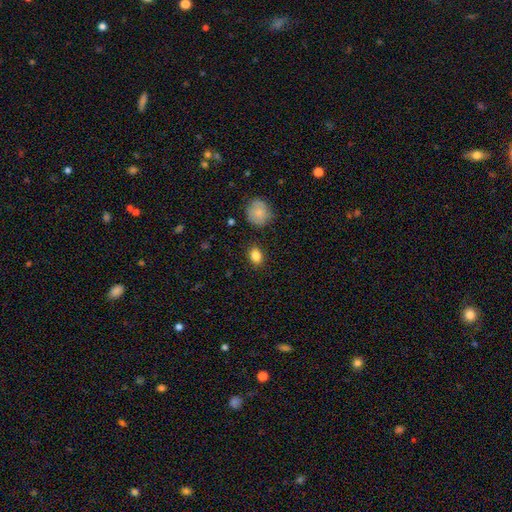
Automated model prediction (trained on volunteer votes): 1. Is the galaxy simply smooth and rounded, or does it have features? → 85% smooth, 9% star or artifact, 6% featured or disk.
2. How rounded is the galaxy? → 63% in between, 36% round, 1% cigar-shaped.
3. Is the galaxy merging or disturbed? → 86% none, 9% minor disturbance, 3% major disturbance, 2% merger.